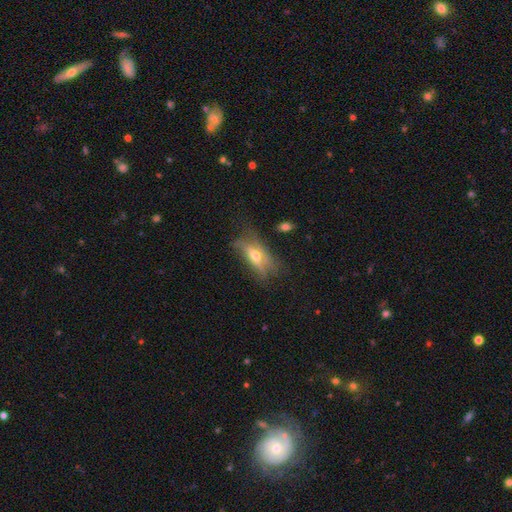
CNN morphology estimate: A featured or disk galaxy (48%).

Vote fractions:
- Smooth or featured? featured or disk: 48% / smooth: 42% / star or artifact: 10%
- Merging? none: 55% / minor disturbance: 25% / major disturbance: 17% / merger: 3%